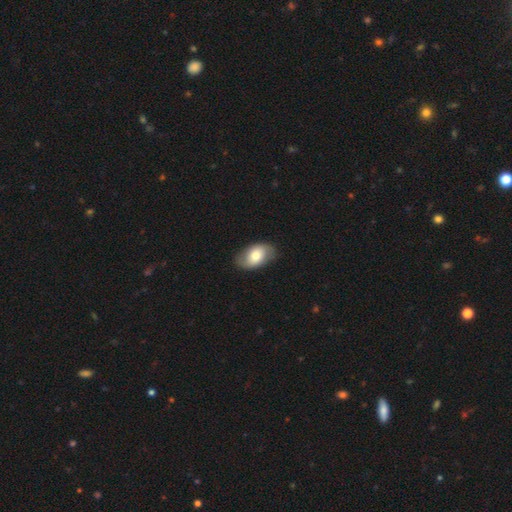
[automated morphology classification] A smooth galaxy with no disk features (67%) that is in between round and cigar-shaped (91%). Merging: none (80%).